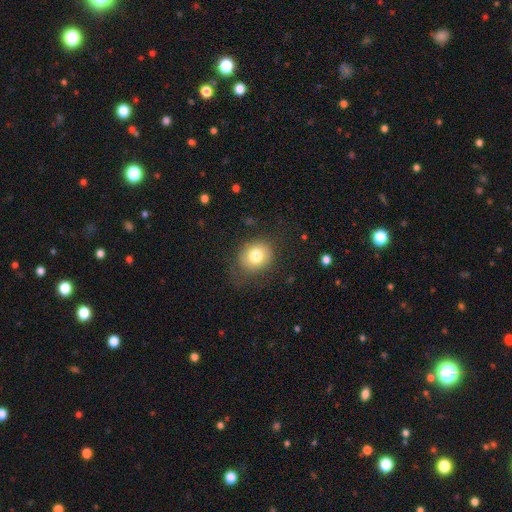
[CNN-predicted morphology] smooth_or_featured: smooth (p=0.78) [alt: featured or disk p=0.12]
how_rounded: round (p=0.66) [alt: in between p=0.33]
merging: none (p=0.72) [alt: minor disturbance p=0.18]